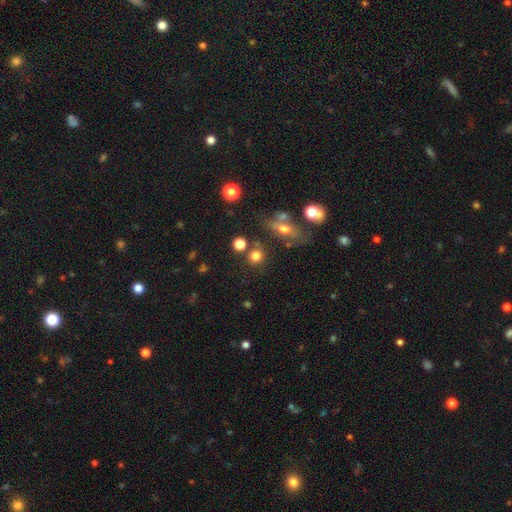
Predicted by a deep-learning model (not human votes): This is likely a smooth galaxy (77%). How rounded: clearly round (87%). Merging: likely none (72%).